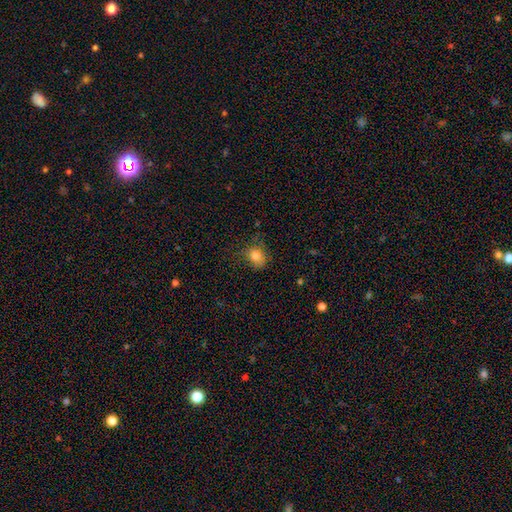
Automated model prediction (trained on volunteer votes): Smooth or featured? smooth (81%)
How rounded? round (59%)
Merging? none (60%)